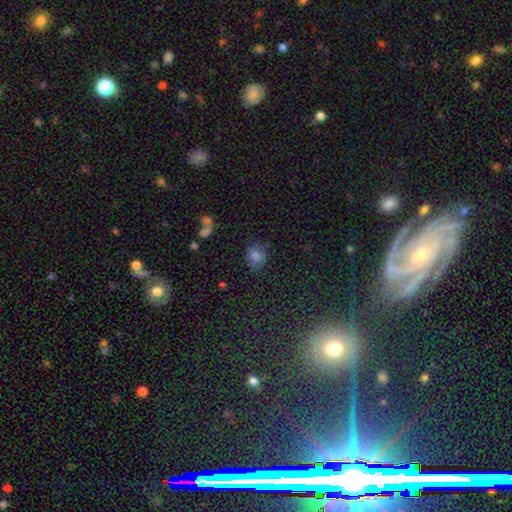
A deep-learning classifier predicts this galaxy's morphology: smooth-or-featured: smooth: 71% | star or artifact: 19% | featured or disk: 11%
  how-rounded: round: 59% | in between: 39% | cigar-shaped: 2%
  merging: none: 71% | minor disturbance: 18% | major disturbance: 6% | merger: 4%